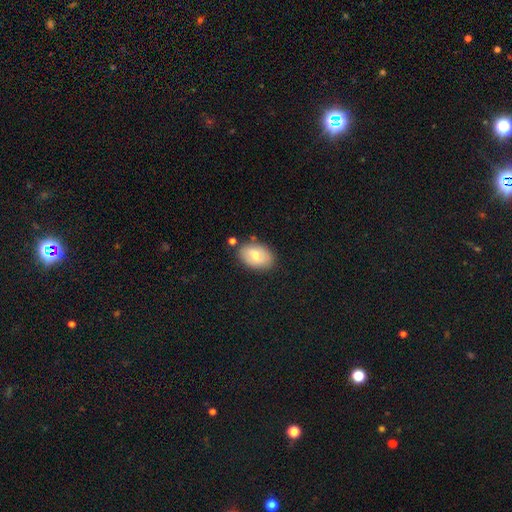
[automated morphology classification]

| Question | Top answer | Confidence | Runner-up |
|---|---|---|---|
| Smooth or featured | smooth | 71% | featured or disk (22%) |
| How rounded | in between | 88% | round (11%) |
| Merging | none | 80% | minor disturbance (13%) |